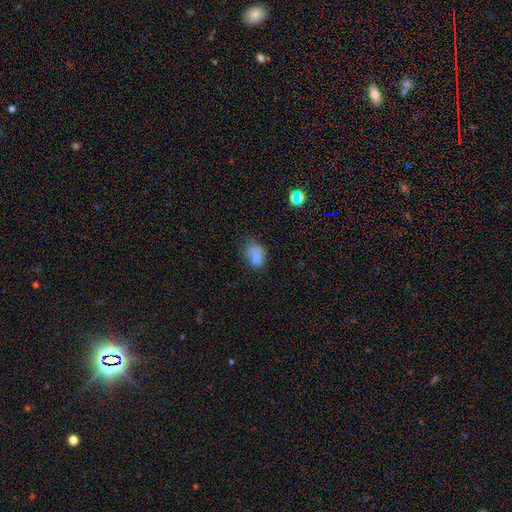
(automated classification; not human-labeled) Q: Smooth or featured?
A: smooth (79%); runner-up: star or artifact (13%)
Q: How rounded?
A: in between (77%); runner-up: round (21%)
Q: Merging?
A: none (56%); runner-up: minor disturbance (29%)